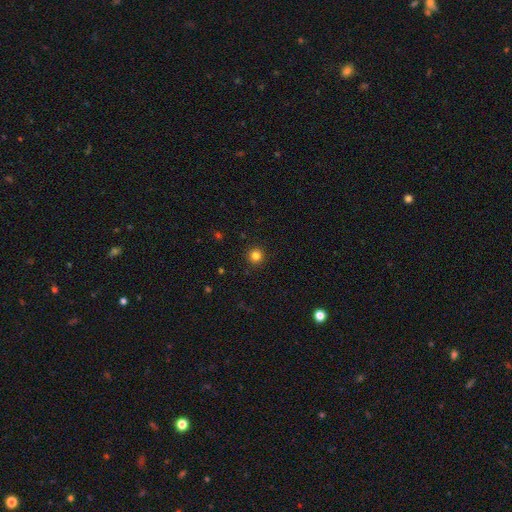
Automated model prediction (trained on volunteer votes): Smooth or featured: smooth — 82% (star or artifact — 13%)
How rounded: round — 95% (in between — 4%)
Merging: none — 93% (minor disturbance — 5%)